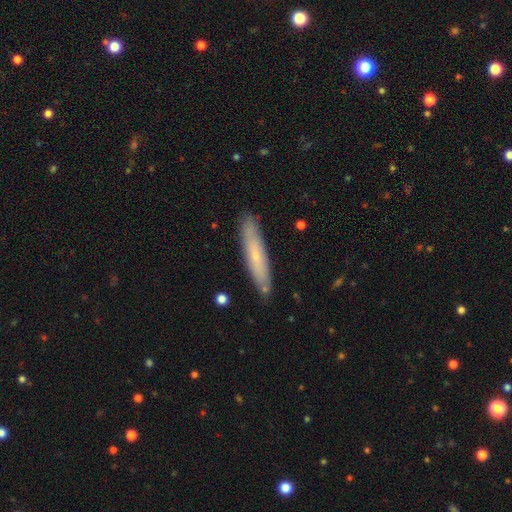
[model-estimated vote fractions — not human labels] A smooth galaxy with no disk features (52%) that is cigar-shaped (87%). Merging: none (85%).